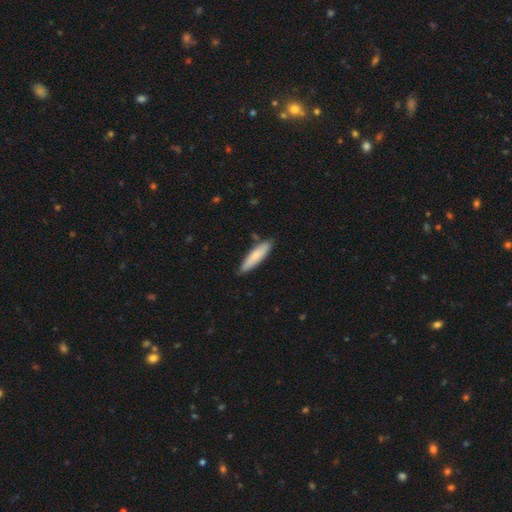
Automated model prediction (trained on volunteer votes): Overall: smooth (76%). How rounded: cigar-shaped (70%). Merging: none (81%).